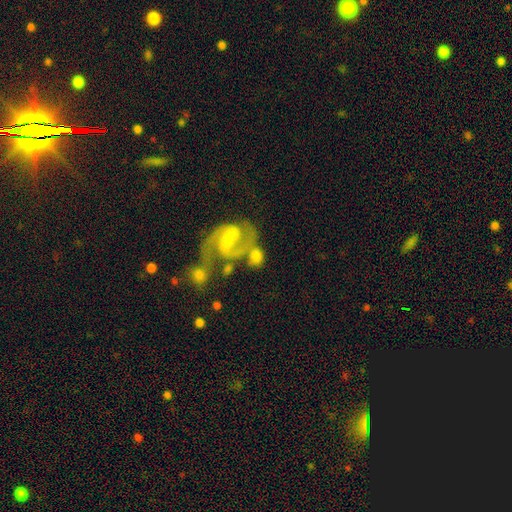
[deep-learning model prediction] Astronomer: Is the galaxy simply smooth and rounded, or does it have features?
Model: featured or disk — 51% (runner-up: smooth, 40%).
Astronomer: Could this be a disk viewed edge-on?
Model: no — 96%.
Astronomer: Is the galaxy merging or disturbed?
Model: none — 39% (runner-up: merger, 36%).